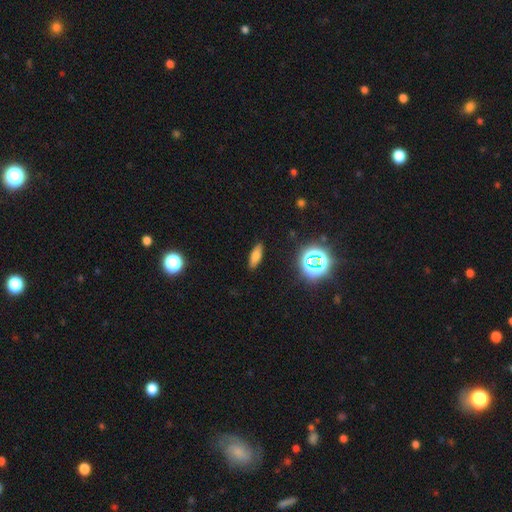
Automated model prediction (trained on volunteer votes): smooth 69%, star or artifact 16%, featured or disk 16%. Down the decision tree: how rounded — in between (58%); merging — none (89%).